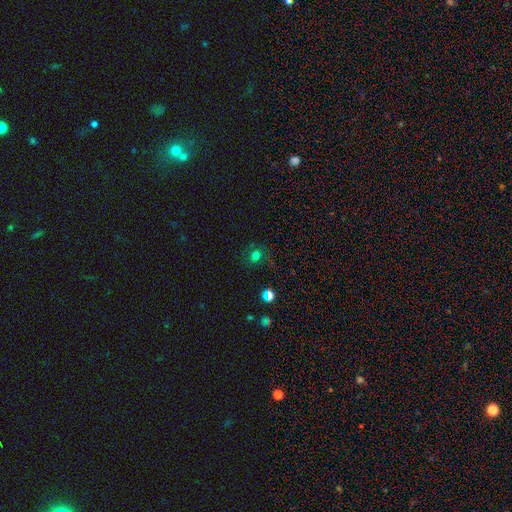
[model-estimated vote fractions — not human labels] A smooth galaxy with no disk features (64%) that is round (71%). Merging: none (75%).